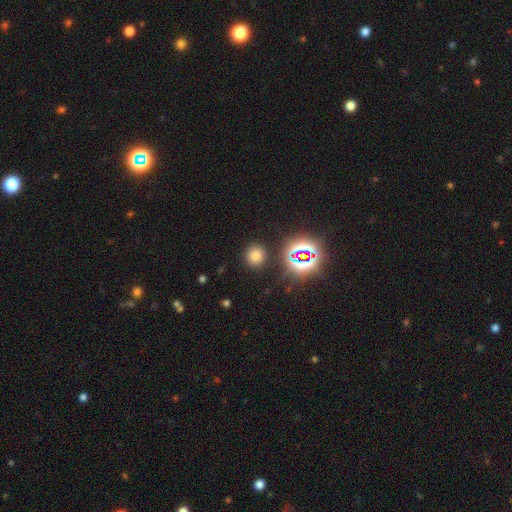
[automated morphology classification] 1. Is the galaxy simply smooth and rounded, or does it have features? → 69% smooth, 24% star or artifact, 7% featured or disk.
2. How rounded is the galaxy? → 88% round, 11% in between, 1% cigar-shaped.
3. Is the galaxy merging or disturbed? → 87% none, 7% minor disturbance, 3% major disturbance, 3% merger.